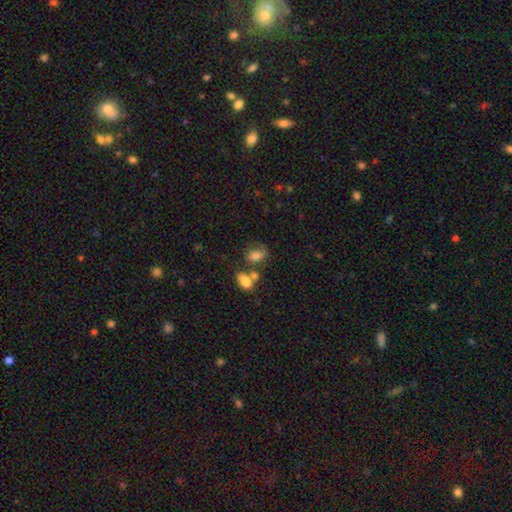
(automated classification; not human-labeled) Smooth or featured? Predicted: smooth (p=0.76). How rounded? Predicted: in between (p=0.82). Merging? Predicted: none (p=0.49).